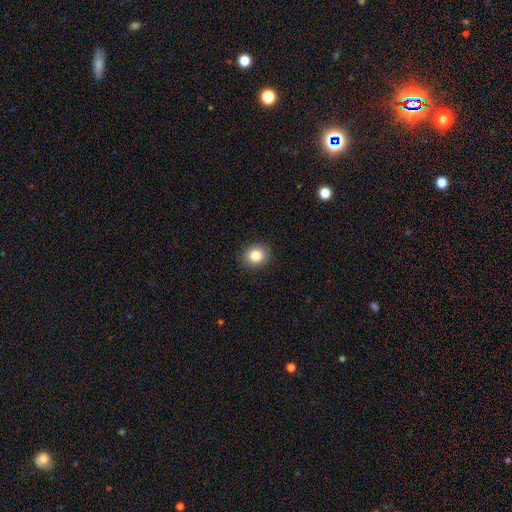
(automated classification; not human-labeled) Morphology: type=smooth (84%); roundness=round (71%); merging=none (90%).